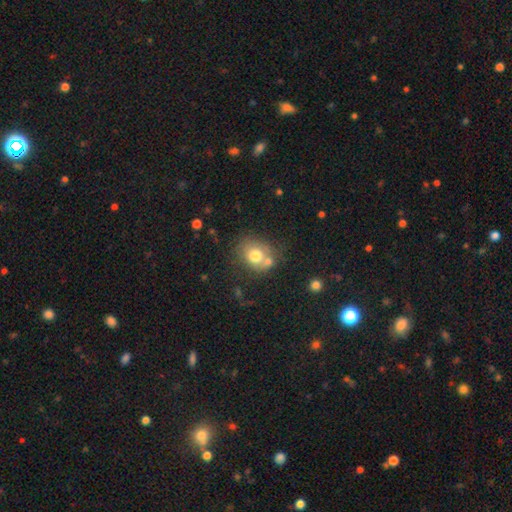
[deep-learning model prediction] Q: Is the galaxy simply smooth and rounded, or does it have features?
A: smooth — 71%.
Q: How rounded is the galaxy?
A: round — 66%.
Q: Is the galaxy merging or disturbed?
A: none — 51%.